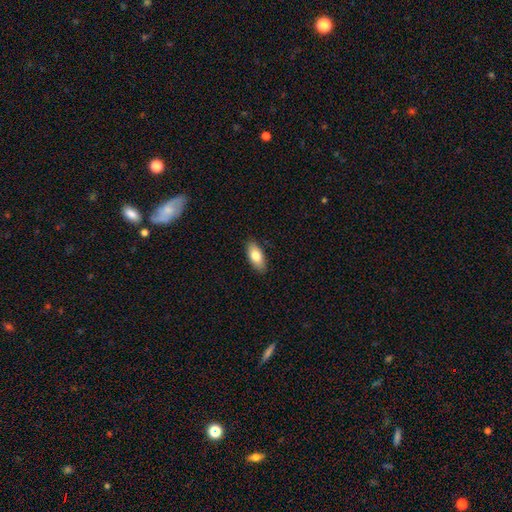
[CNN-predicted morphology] Overall: smooth (78%). How rounded: in between (88%). Merging: none (88%).